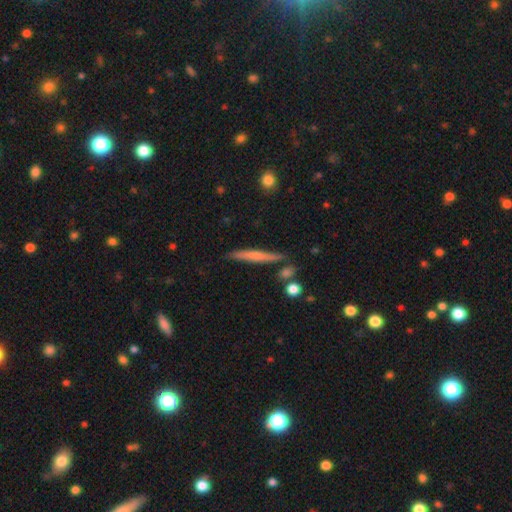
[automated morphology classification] Smooth or featured? Predicted: smooth (p=0.54). How rounded? Predicted: cigar-shaped (p=0.95). Merging? Predicted: none (p=0.83).